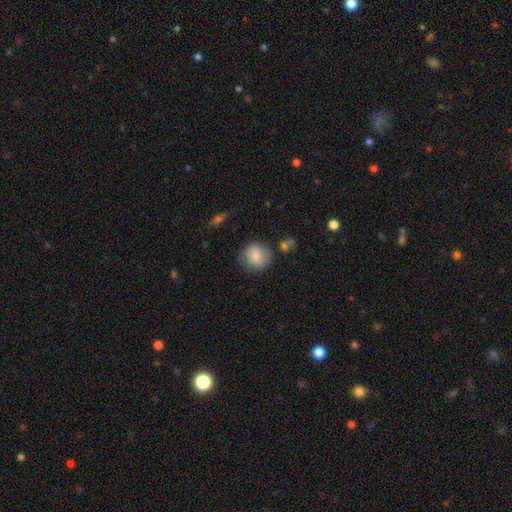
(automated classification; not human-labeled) This is clearly a smooth galaxy (81%). How rounded: clearly round (86%). Merging: likely none (78%).